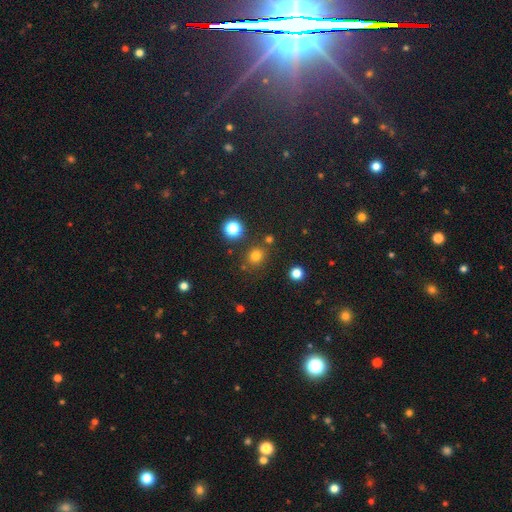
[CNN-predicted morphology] Q: Smooth or featured?
A: smooth (75%); runner-up: star or artifact (19%)
Q: How rounded?
A: round (79%); runner-up: in between (20%)
Q: Merging?
A: none (80%); runner-up: minor disturbance (10%)